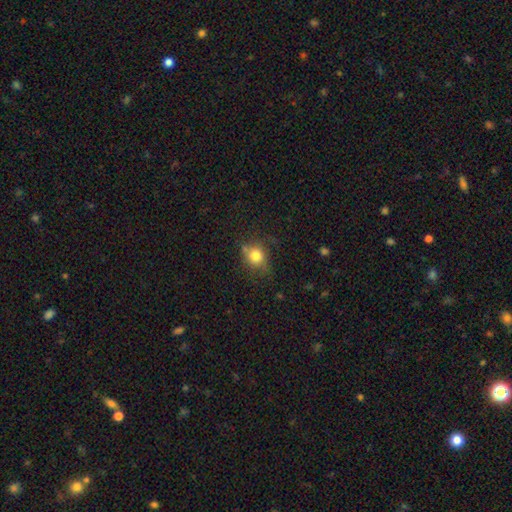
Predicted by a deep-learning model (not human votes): A smooth galaxy with no disk features (79%) that is round (72%).

Vote fractions:
- Smooth or featured? smooth: 79% / star or artifact: 11% / featured or disk: 9%
- How rounded? round: 72% / in between: 27% / cigar-shaped: 1%
- Merging? none: 65% / minor disturbance: 23% / major disturbance: 7% / merger: 6%